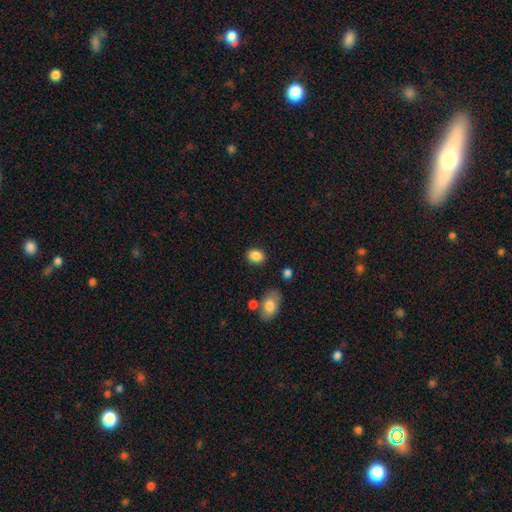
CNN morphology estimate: smooth_or_featured: smooth (p=0.87) [alt: star or artifact p=0.08]
how_rounded: in between (p=0.63) [alt: round p=0.36]
merging: none (p=0.84) [alt: minor disturbance p=0.10]